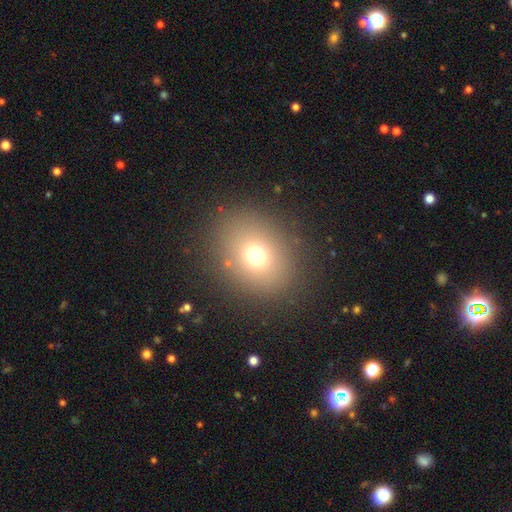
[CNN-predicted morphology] Q: Smooth or featured?
A: smooth (70%); runner-up: star or artifact (18%)
Q: How rounded?
A: round (58%); runner-up: in between (41%)
Q: Merging?
A: none (86%); runner-up: minor disturbance (8%)